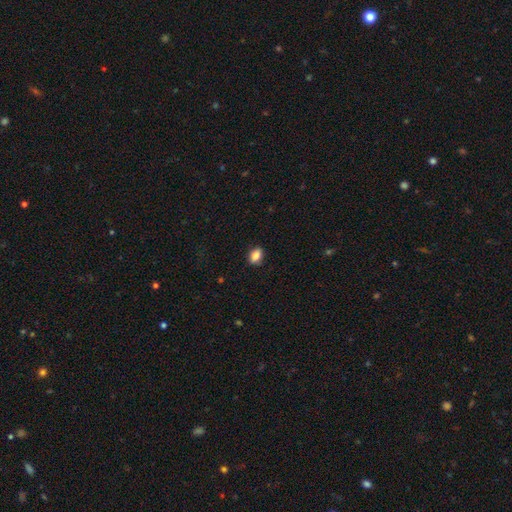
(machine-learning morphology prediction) Smooth or featured? Predicted: smooth (p=0.85). How rounded? Predicted: in between (p=0.78). Merging? Predicted: none (p=0.86).